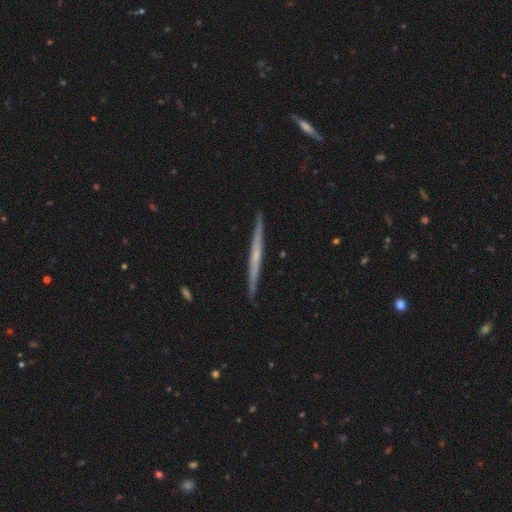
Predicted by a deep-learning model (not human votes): Smooth or featured? Predicted: featured or disk (p=0.65). Edge-on disk? Predicted: yes (p=0.98). Edge-on bulge? Predicted: none (p=0.72). Merging? Predicted: none (p=0.92).